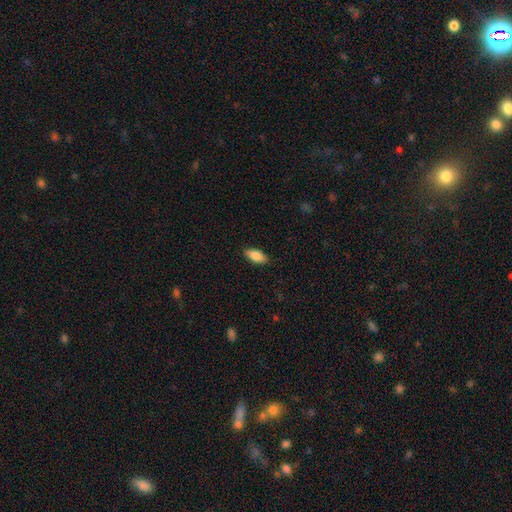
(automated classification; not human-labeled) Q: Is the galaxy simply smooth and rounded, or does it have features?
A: smooth — 83%.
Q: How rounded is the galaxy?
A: in between — 84%.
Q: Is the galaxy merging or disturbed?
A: none — 87%.